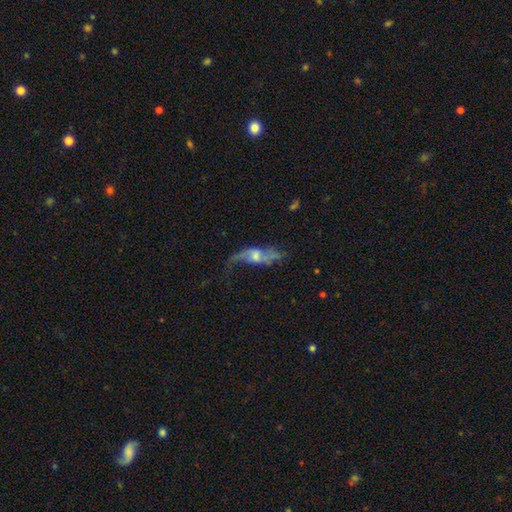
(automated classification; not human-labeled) Smooth or featured? Predicted: featured or disk (p=0.67). Edge-on disk? Predicted: no (p=0.78). Bar? Predicted: no (p=0.62). Spiral arms? Predicted: yes (p=0.74). Bulge size? Predicted: moderate (p=0.50). Merging? Predicted: none (p=0.39).